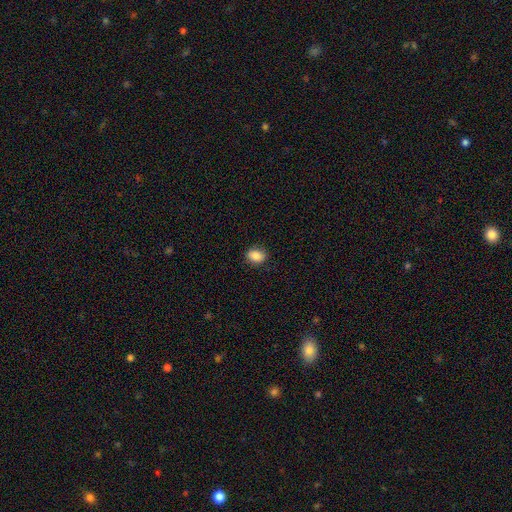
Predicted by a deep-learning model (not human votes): This appears to be a smooth galaxy with no disk features (86%) that is in between round and cigar-shaped (59%). Merging: none (85%).